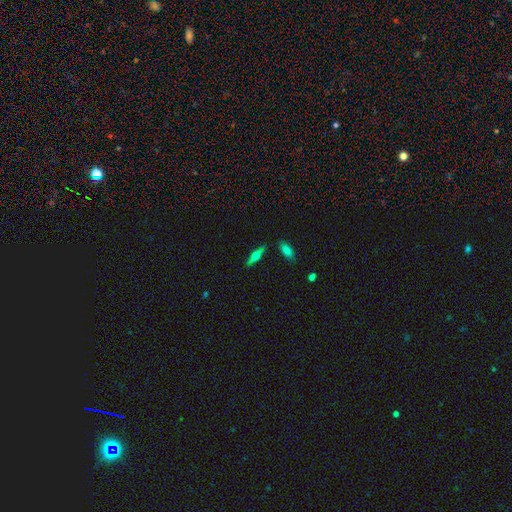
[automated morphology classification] Smooth or featured? Predicted: featured or disk (p=0.57). Edge-on disk? Predicted: yes (p=0.94). Edge-on bulge? Predicted: rounded (p=0.92). Merging? Predicted: none (p=0.86).